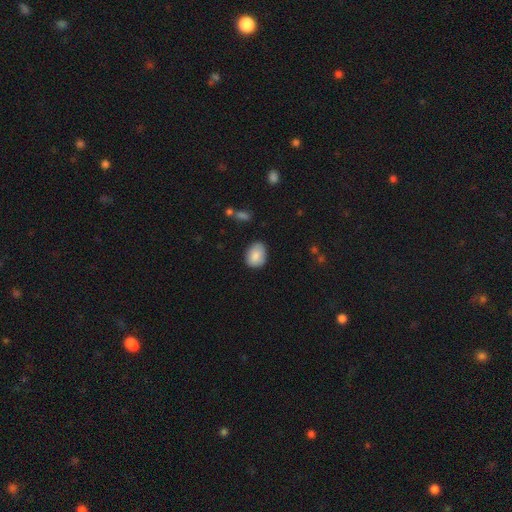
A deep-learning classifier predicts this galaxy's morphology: Overall: smooth (86%). How rounded: in between (68%; round 31%). Merging: none (75%).